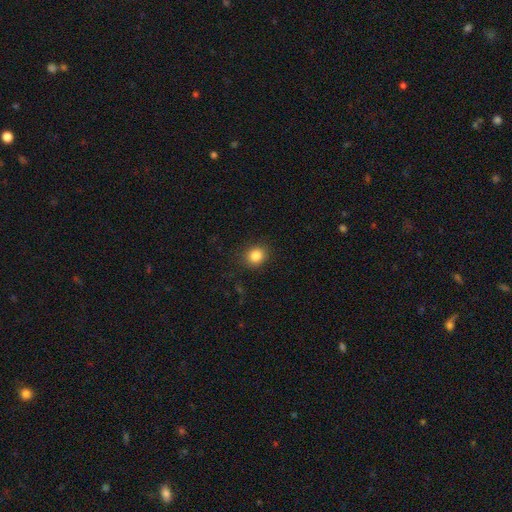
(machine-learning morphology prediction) Smooth or featured?
  - smooth: 85% *
  - star or artifact: 11%
  - featured or disk: 5%
How rounded?
  - round: 77% *
  - in between: 22%
  - cigar-shaped: 1%
Merging?
  - none: 88% *
  - minor disturbance: 8%
  - major disturbance: 3%
  - merger: 1%